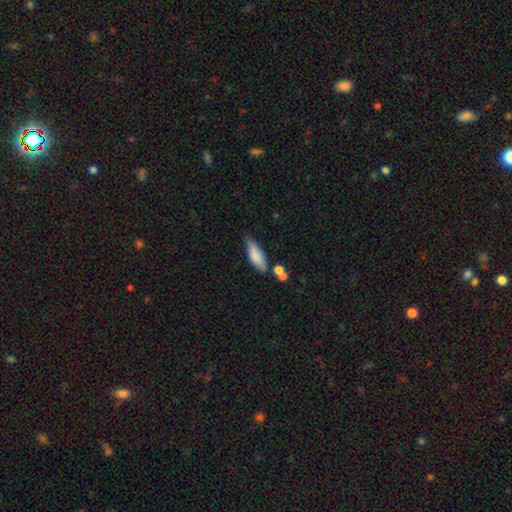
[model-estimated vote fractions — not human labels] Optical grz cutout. It shows a smooth galaxy with no disk features (82%) that is in between round and cigar-shaped (58%). Merging: none (63%).